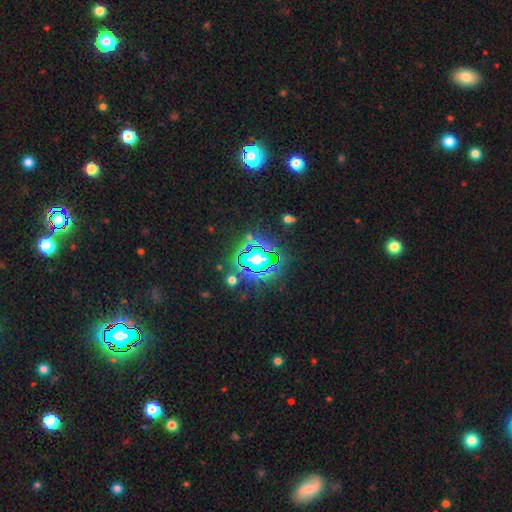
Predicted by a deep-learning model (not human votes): A star or artifact, not a galaxy (76%).

Vote fractions:
- Smooth or featured? star or artifact: 76% / smooth: 15% / featured or disk: 9%